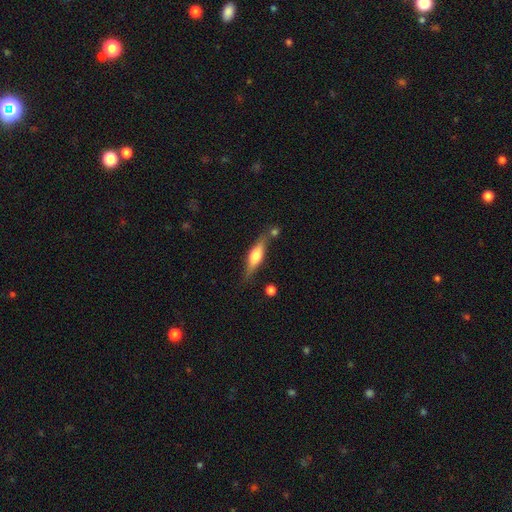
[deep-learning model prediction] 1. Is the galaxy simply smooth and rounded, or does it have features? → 53% featured or disk, 40% smooth, 6% star or artifact.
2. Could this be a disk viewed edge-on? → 92% yes, 8% no.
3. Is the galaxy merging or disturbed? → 73% none, 15% minor disturbance, 8% merger, 4% major disturbance.